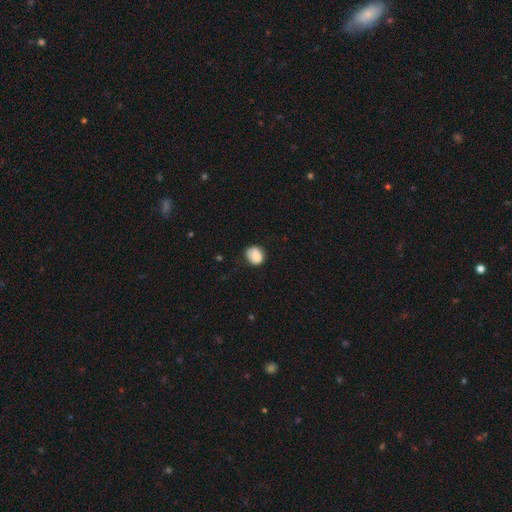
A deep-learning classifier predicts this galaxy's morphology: Smooth or featured? smooth (79%)
How rounded? round (63%)
Merging? none (70%)